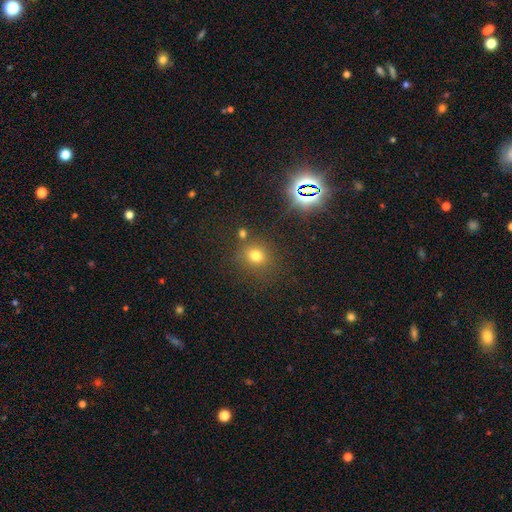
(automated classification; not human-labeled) This appears to be a smooth galaxy with no disk features (72%) that is round (81%). Merging: none (78%).